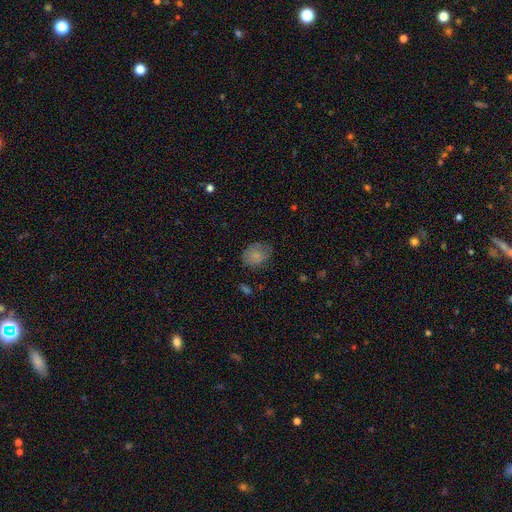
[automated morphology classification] Overall: smooth (80%). How rounded: round (54%; in between 45%). Merging: none (68%).